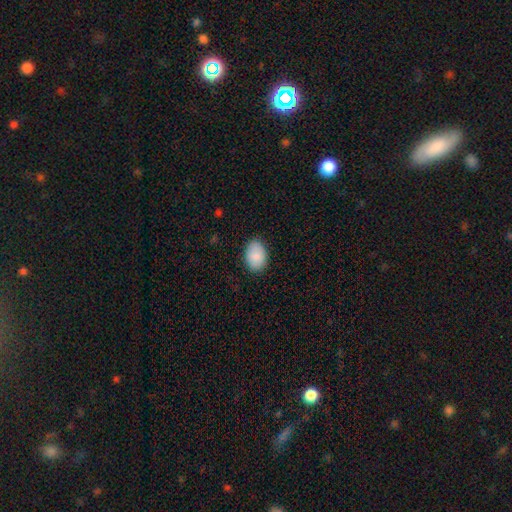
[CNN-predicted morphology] type=smooth (88%); roundness=in between (82%); merging=none (85%).